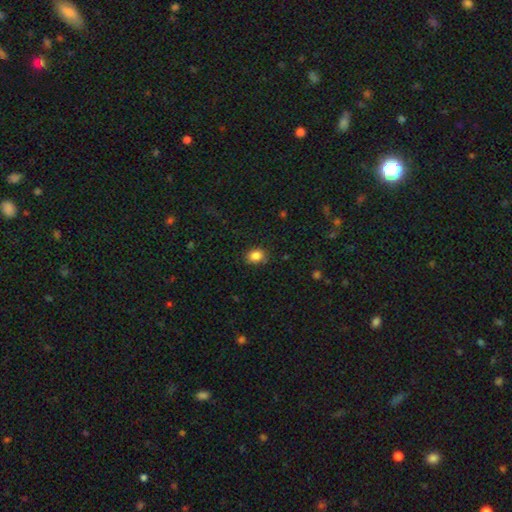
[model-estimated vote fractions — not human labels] Smooth or featured?
  - smooth: 85% *
  - star or artifact: 10%
  - featured or disk: 5%
How rounded?
  - in between: 57% *
  - round: 42%
  - cigar-shaped: 1%
Merging?
  - none: 81% *
  - minor disturbance: 15%
  - major disturbance: 3%
  - merger: 1%